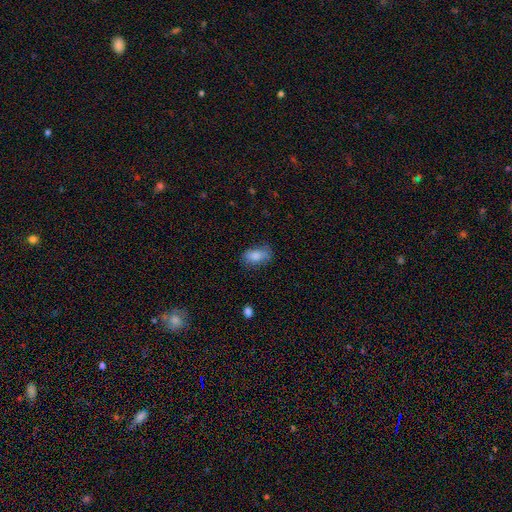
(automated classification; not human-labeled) This is likely a smooth galaxy (79%). How rounded: clearly in between (88%). Merging: likely none (65%).